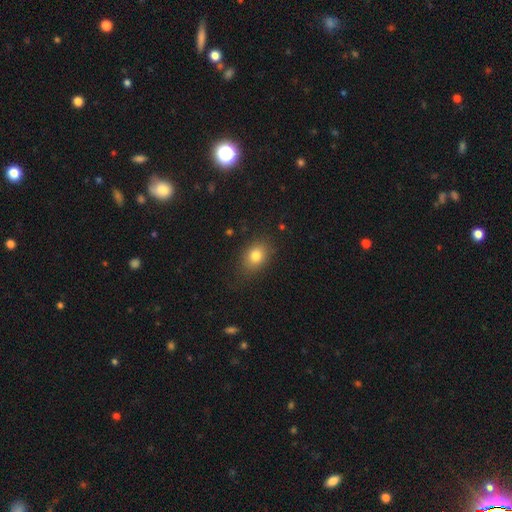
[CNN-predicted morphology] type=smooth (80%); roundness=in between (65%); merging=none (80%).